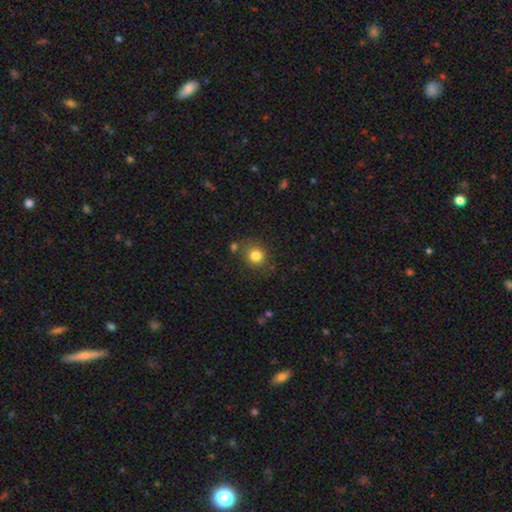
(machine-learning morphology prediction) smooth_or_featured: smooth (p=0.82) [alt: star or artifact p=0.11]
how_rounded: round (p=0.84) [alt: in between p=0.15]
merging: none (p=0.77) [alt: minor disturbance p=0.12]